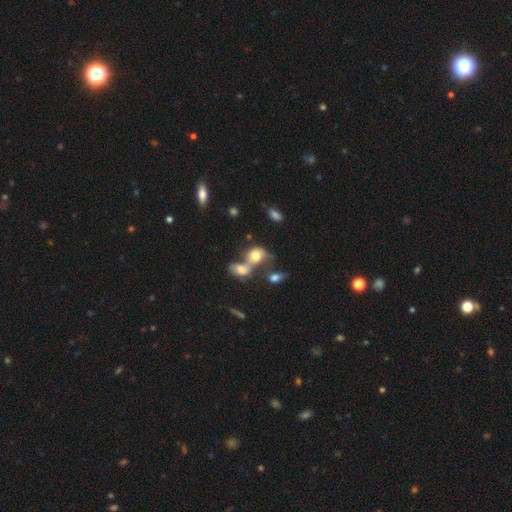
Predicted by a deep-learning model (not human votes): Overall: smooth (68%). How rounded: in between (56%; round 41%). Merging: merger (63%).